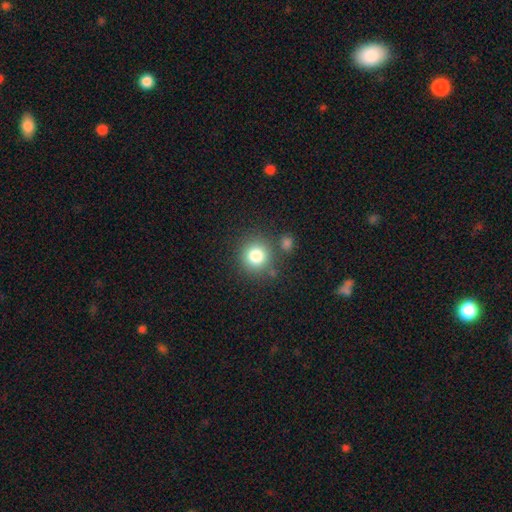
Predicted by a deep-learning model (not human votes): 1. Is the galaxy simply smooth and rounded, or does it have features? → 80% smooth, 12% star or artifact, 8% featured or disk.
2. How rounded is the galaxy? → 92% round, 7% in between, 1% cigar-shaped.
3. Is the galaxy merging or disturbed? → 79% none, 9% minor disturbance, 8% merger, 4% major disturbance.